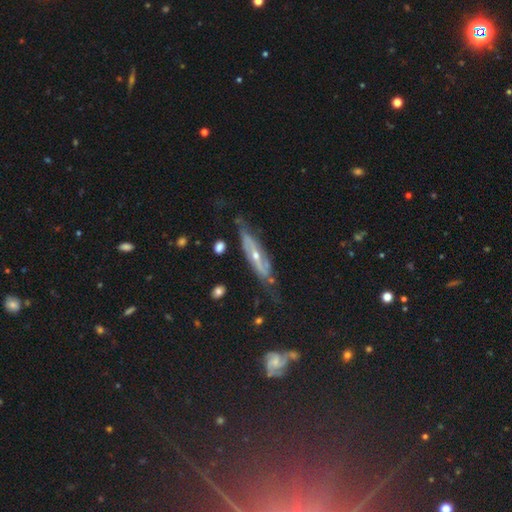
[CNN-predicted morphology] featured or disk 77%, smooth 15%, star or artifact 7%. Down the decision tree: edge-on disk — no (59%); merging — none (59%).